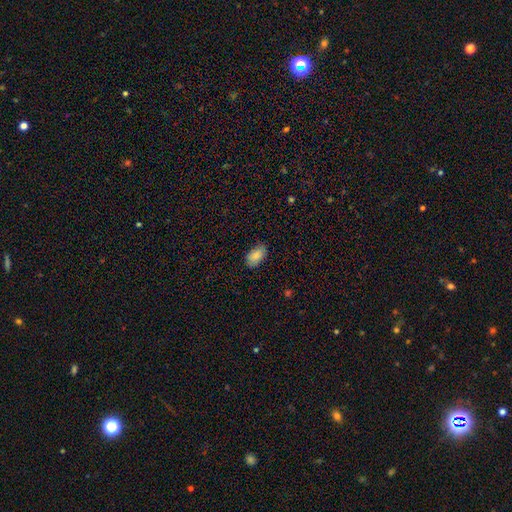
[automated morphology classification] Smooth or featured: smooth — 86% (featured or disk — 7%)
How rounded: in between — 93% (round — 5%)
Merging: none — 82% (minor disturbance — 15%)